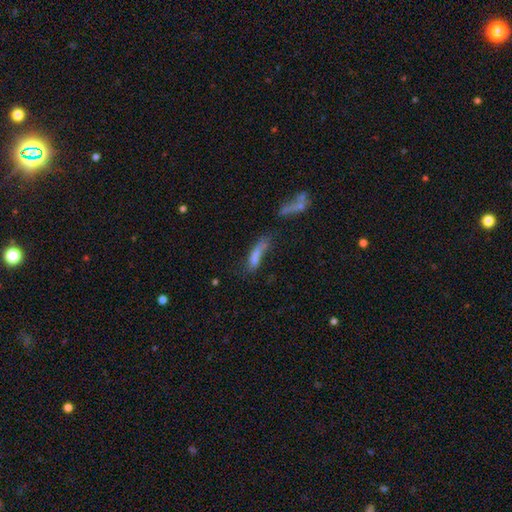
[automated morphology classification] Overall: smooth (68%). How rounded: cigar-shaped (66%; in between 31%). Merging: none (30%; major disturbance 26%).